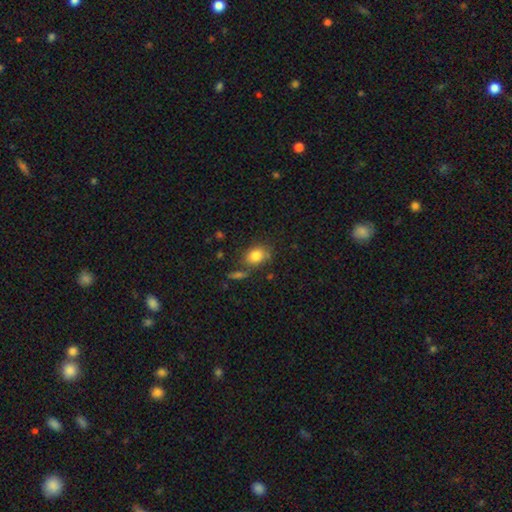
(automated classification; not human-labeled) Smooth or featured?
  - smooth: 82% *
  - star or artifact: 9%
  - featured or disk: 9%
How rounded?
  - in between: 59% *
  - round: 40%
  - cigar-shaped: 1%
Merging?
  - none: 66% *
  - minor disturbance: 17%
  - merger: 11%
  - major disturbance: 5%